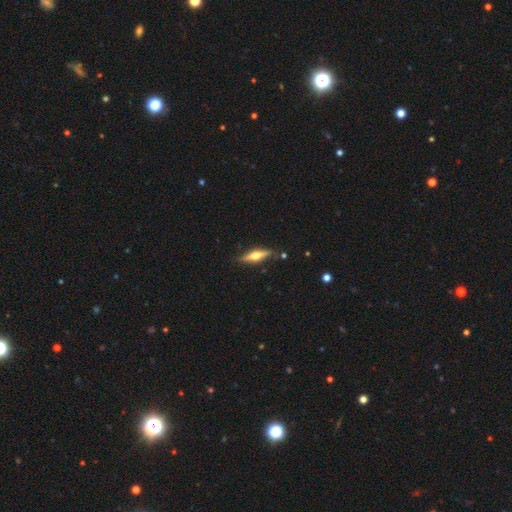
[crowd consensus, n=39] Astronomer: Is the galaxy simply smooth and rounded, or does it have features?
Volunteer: featured or disk — 72%.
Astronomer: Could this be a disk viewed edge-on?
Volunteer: yes — 96%.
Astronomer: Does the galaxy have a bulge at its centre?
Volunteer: rounded — 100%.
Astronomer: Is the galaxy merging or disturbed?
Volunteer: none — 65%.